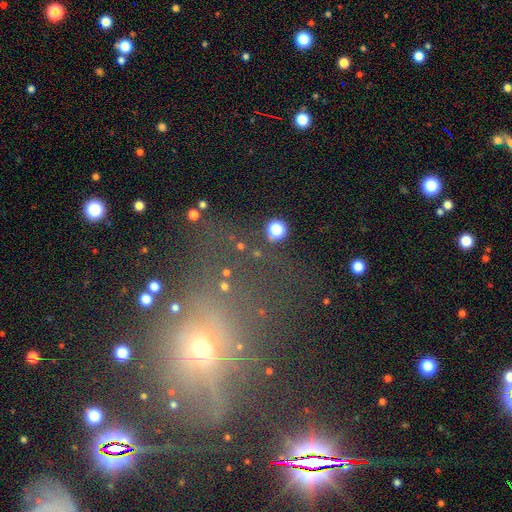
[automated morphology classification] Smooth or featured? star or artifact (49%)